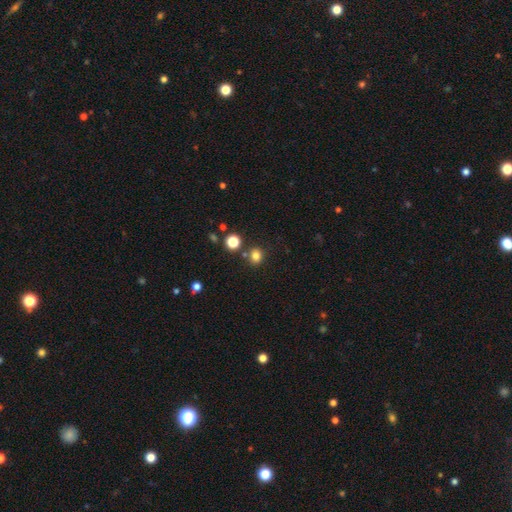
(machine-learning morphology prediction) A smooth galaxy with no disk features (80%) that is round (72%).

Vote fractions:
- Smooth or featured? smooth: 80% / star or artifact: 15% / featured or disk: 5%
- How rounded? round: 72% / in between: 27% / cigar-shaped: 1%
- Merging? none: 77% / minor disturbance: 10% / merger: 10% / major disturbance: 3%